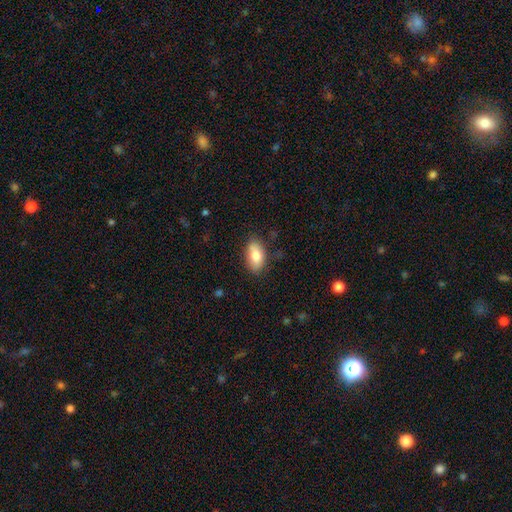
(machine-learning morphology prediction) smooth_or_featured: smooth (p=0.81) [alt: featured or disk p=0.13]
how_rounded: in between (p=0.92) [alt: round p=0.05]
merging: none (p=0.82) [alt: minor disturbance p=0.14]